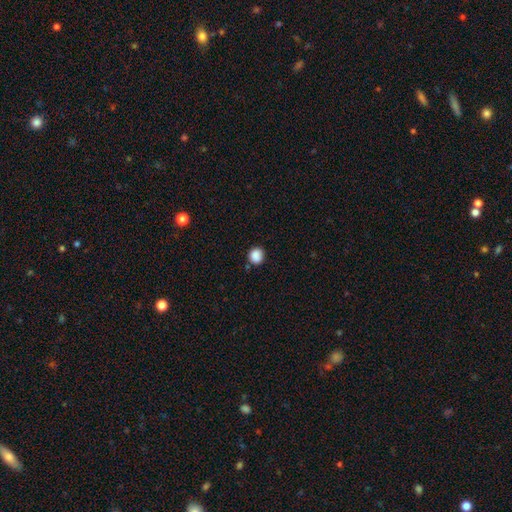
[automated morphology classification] A smooth galaxy with no disk features (87%) that is round (83%). Merging: none (80%).